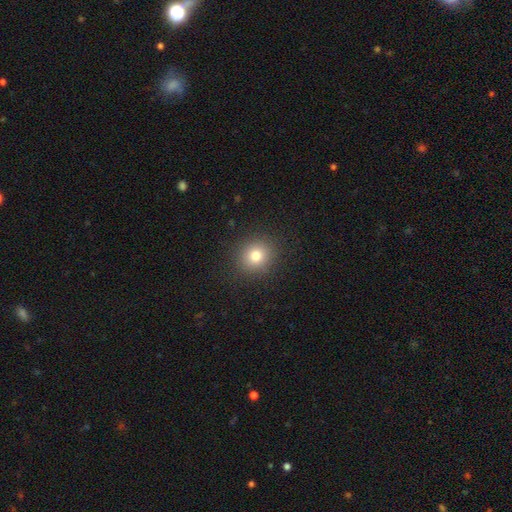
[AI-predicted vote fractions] Smooth or featured: smooth — 79% (star or artifact — 13%)
How rounded: round — 87% (in between — 12%)
Merging: none — 90% (minor disturbance — 6%)